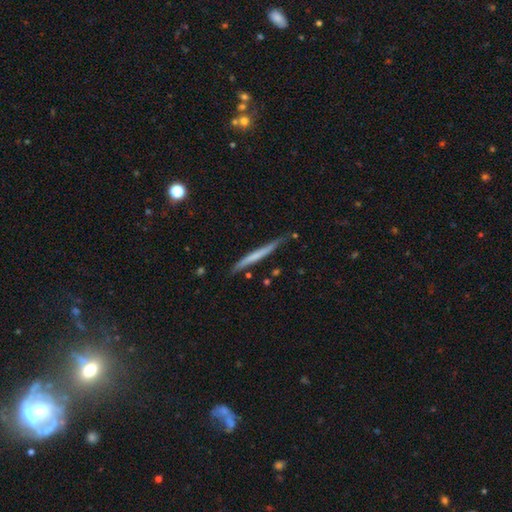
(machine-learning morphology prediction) smooth_or_featured: smooth (p=0.50) [alt: featured or disk p=0.45]
merging: none (p=0.80) [alt: minor disturbance p=0.15]